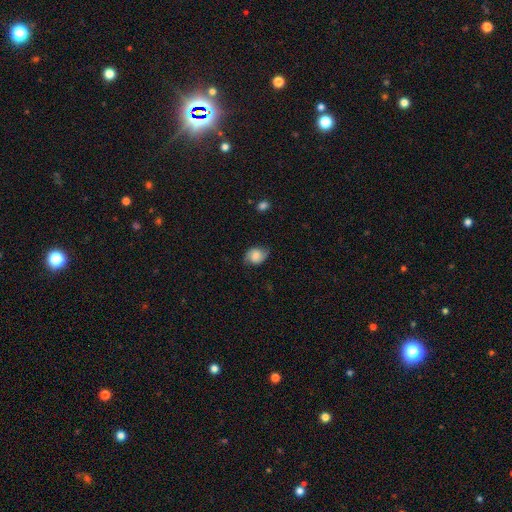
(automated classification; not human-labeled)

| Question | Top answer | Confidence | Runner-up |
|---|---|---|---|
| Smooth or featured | smooth | 62% | featured or disk (29%) |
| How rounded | in between | 53% | round (45%) |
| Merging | none | 70% | minor disturbance (22%) |